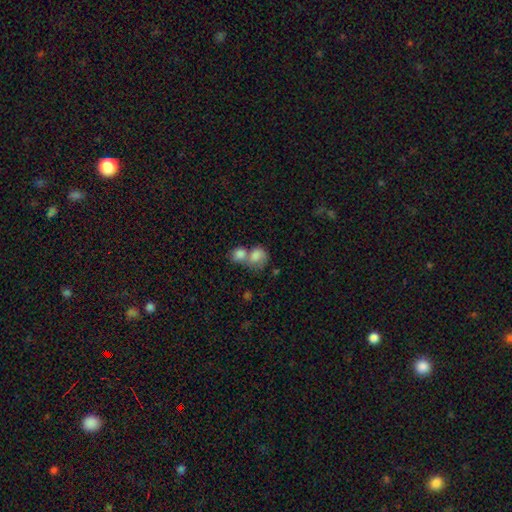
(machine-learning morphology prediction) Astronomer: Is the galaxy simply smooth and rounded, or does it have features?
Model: smooth — 79%.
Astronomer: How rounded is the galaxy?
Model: round — 54% (runner-up: in between, 45%).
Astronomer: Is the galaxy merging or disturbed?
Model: merger — 66%.